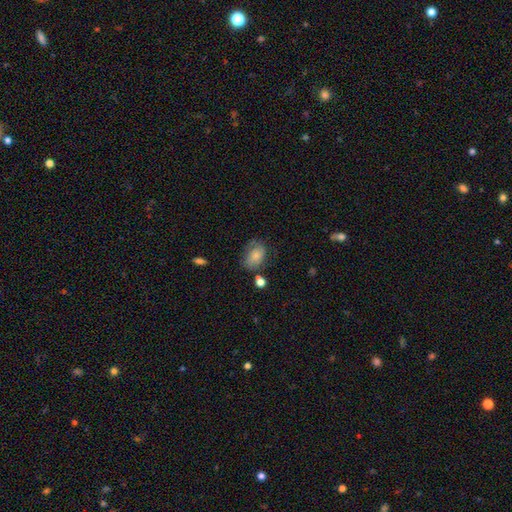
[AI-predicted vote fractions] This appears to be a smooth galaxy with no disk features (76%) that is in between round and cigar-shaped (72%). Merging: none (50%).